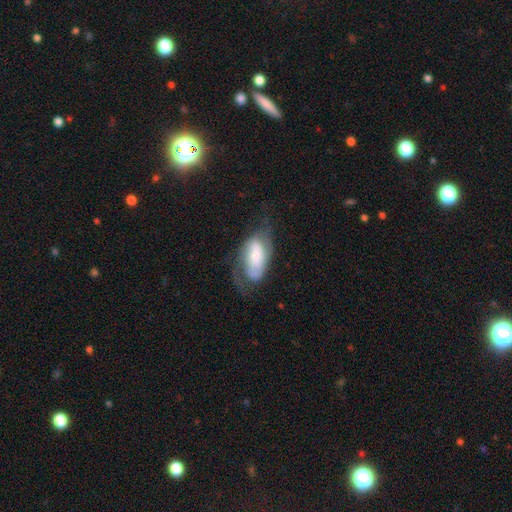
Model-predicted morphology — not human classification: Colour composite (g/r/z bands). It shows a featured or disk galaxy (60%) with no bar (55%), spiral arms (81%) and a small central bulge (49%). Merging: none (49%).